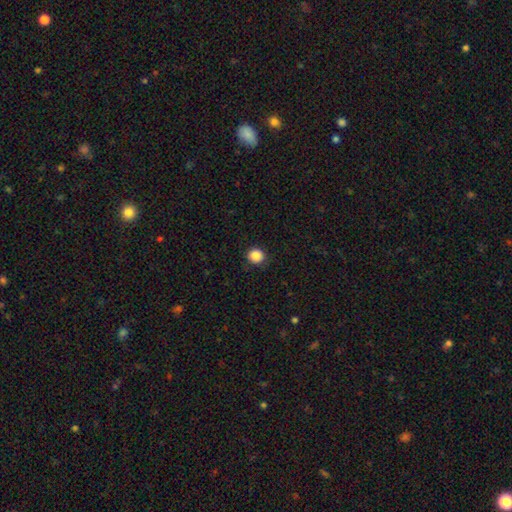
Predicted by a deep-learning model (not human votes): The model was most divided on "smooth or featured": smooth: 87%, star or artifact: 10%, featured or disk: 3%. More confident: merging — none (90%); how rounded — round (89%).